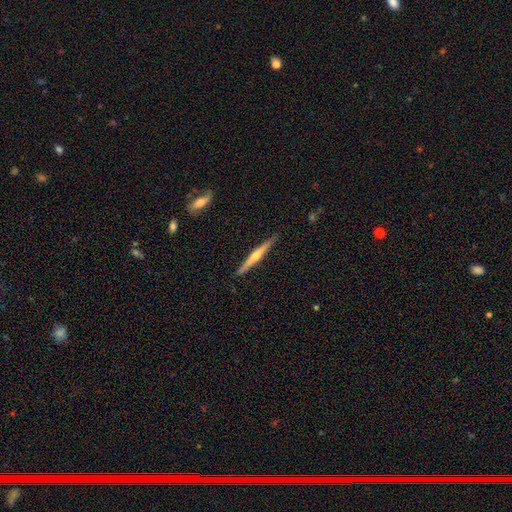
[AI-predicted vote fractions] This is likely a featured or disk galaxy (71%). It is clearly viewed edge-on (98%). Edge-on bulge: clearly rounded (83%). Merging: clearly none (90%).